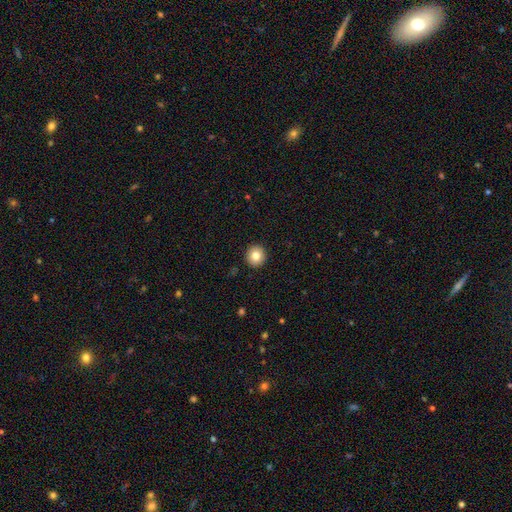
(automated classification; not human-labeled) The model was most divided on "smooth or featured": smooth: 82%, star or artifact: 9%, featured or disk: 9%. More confident: merging — none (93%); how rounded — round (93%).